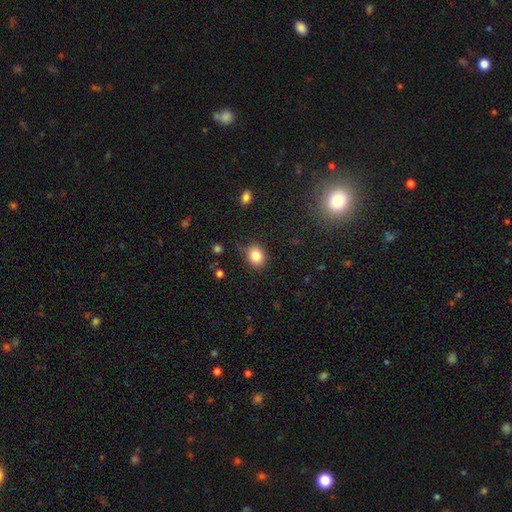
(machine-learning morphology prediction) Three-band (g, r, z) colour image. It shows a smooth galaxy with no disk features (83%) that is round (69%). Merging: none (78%).